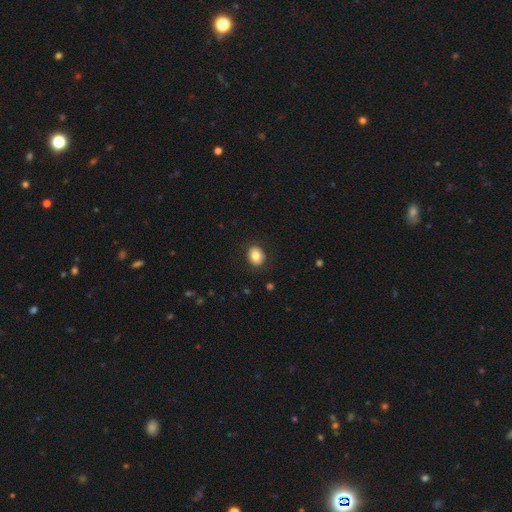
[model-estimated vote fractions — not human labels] smooth 82%, featured or disk 10%, star or artifact 8%. Down the decision tree: how rounded — round (53%); merging — none (87%).